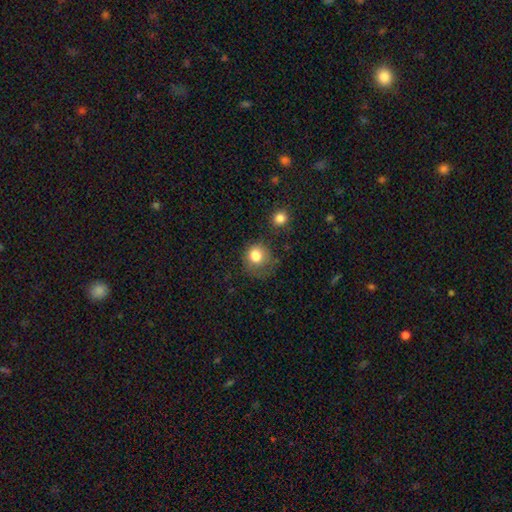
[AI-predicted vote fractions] The model was most divided on "merging": none: 58%, minor disturbance: 24%, major disturbance: 13%, merger: 6%. More confident: how rounded — round (84%); smooth or featured — smooth (80%).